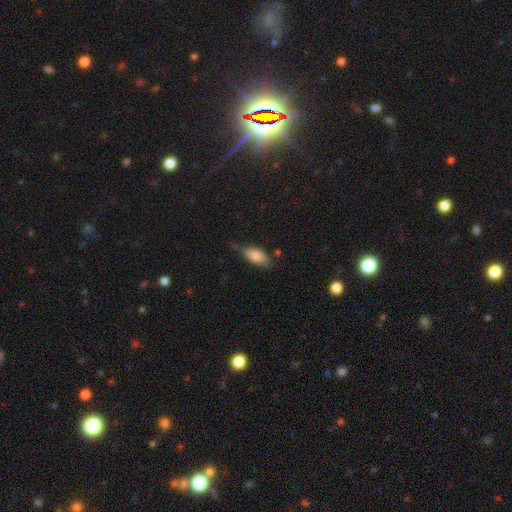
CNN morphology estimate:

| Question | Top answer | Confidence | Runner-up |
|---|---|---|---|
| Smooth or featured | smooth | 83% | featured or disk (10%) |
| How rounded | in between | 88% | cigar-shaped (9%) |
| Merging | none | 60% | minor disturbance (29%) |